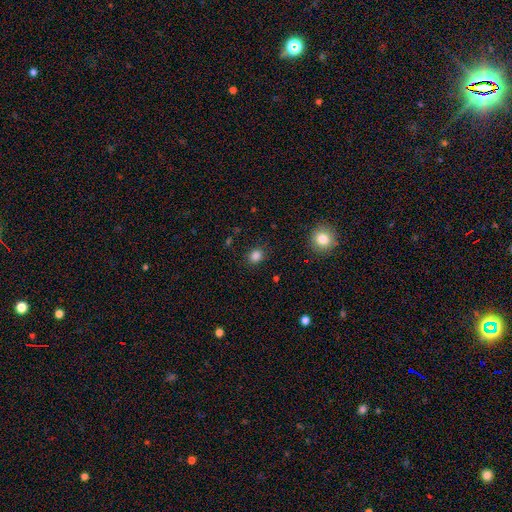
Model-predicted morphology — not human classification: This appears to be a smooth galaxy with no disk features (84%) that is round (70%). Merging: none (86%).